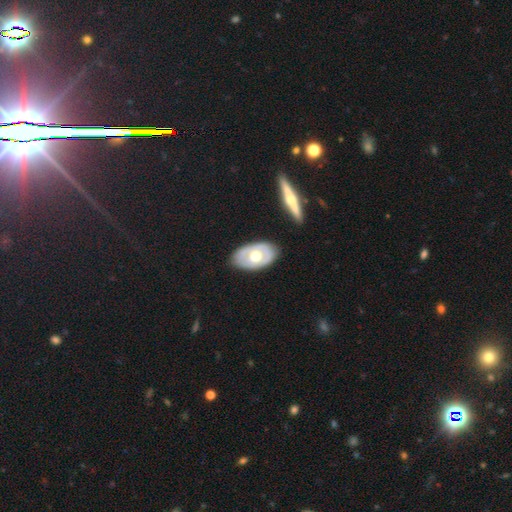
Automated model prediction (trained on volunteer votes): Overall: featured or disk (54%; smooth 41%). Edge-on disk: no (85%). Merging: none (79%).